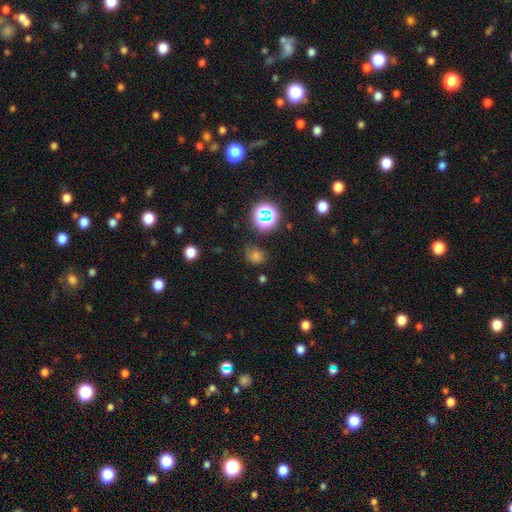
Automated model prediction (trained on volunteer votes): A smooth galaxy with no disk features (59%) that is round (74%). Merging: none (78%).